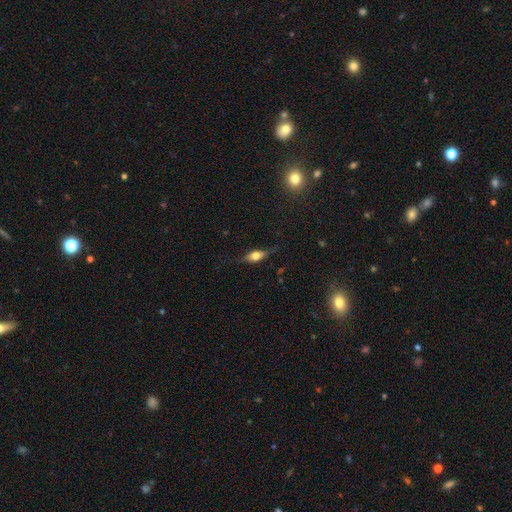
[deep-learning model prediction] A smooth galaxy with no disk features (49%).

Vote fractions:
- Smooth or featured? smooth: 49% / featured or disk: 42% / star or artifact: 9%
- Merging? none: 75% / minor disturbance: 18% / major disturbance: 6% / merger: 1%